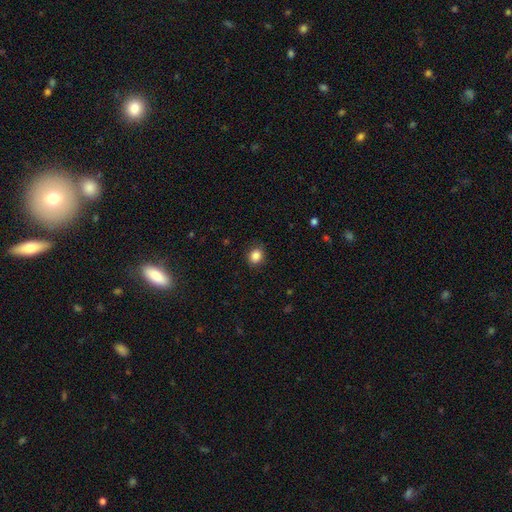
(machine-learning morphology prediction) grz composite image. It shows a smooth galaxy with no disk features (86%) that is round (73%). Merging: none (86%).